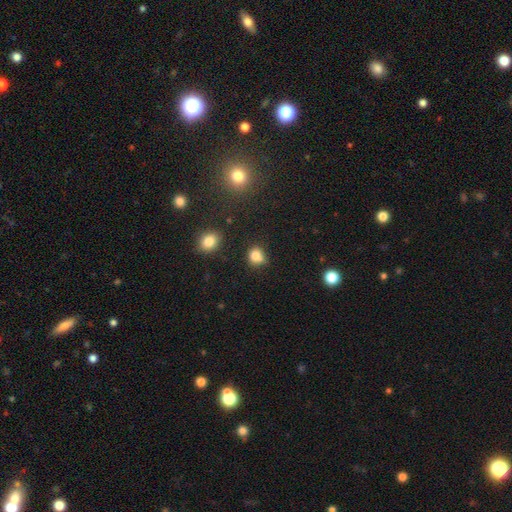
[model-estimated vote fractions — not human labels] This appears to be a smooth galaxy with no disk features (80%) that is round (71%). Merging: none (55%).